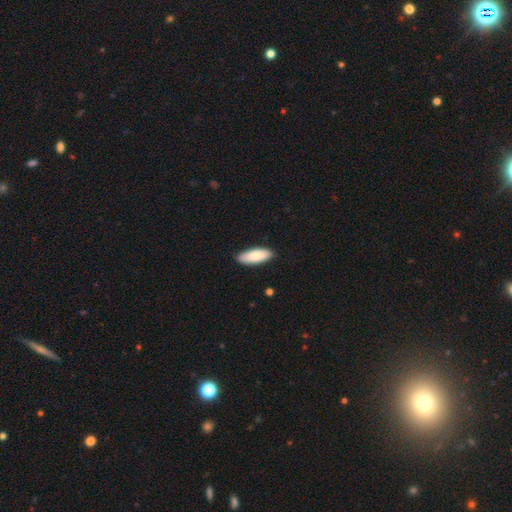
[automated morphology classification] This is clearly a smooth galaxy (86%). How rounded: likely in between (73%). Merging: clearly none (88%).